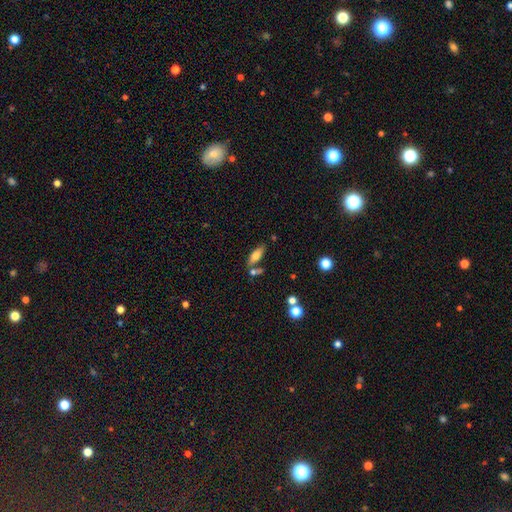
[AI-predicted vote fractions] This is likely a smooth galaxy (72%). How rounded: likely in between (72%). Merging: likely none (67%).